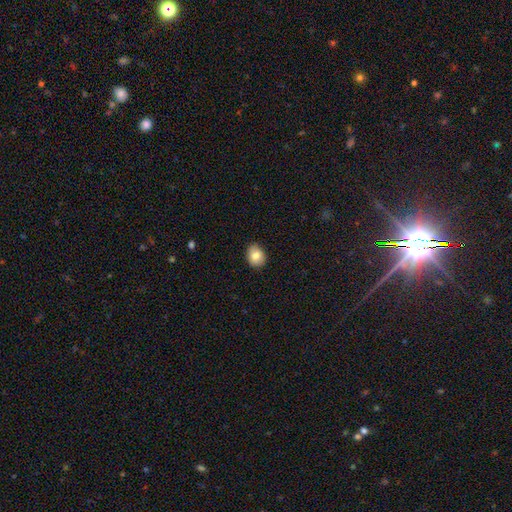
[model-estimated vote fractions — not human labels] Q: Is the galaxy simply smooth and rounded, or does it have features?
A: smooth — 82%.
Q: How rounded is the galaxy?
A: round — 53%.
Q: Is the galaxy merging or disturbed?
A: none — 84%.